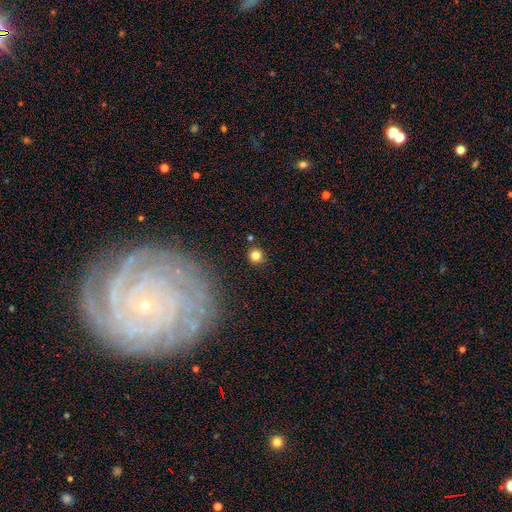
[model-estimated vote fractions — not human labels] Smooth or featured: smooth — 80% (star or artifact — 14%)
How rounded: round — 93% (in between — 6%)
Merging: none — 87% (minor disturbance — 7%)